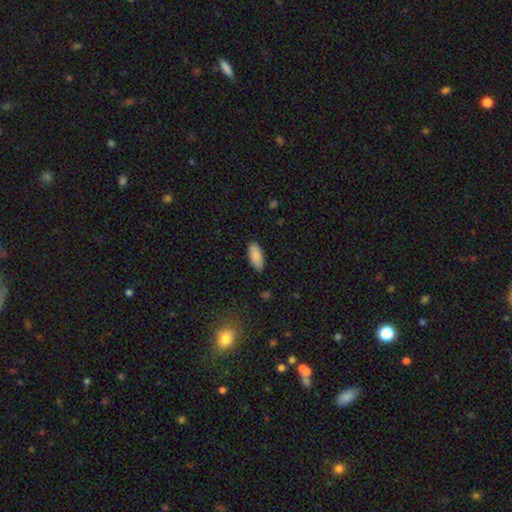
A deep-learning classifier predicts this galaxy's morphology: A smooth galaxy with no disk features (89%) that is in between round and cigar-shaped (88%).

Vote fractions:
- Smooth or featured? smooth: 89% / star or artifact: 6% / featured or disk: 4%
- How rounded? in between: 88% / cigar-shaped: 10% / round: 2%
- Merging? none: 87% / minor disturbance: 10% / major disturbance: 2% / merger: 1%